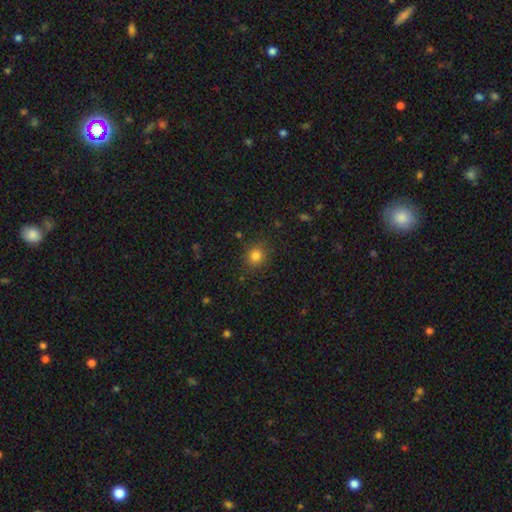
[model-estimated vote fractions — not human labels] Smooth or featured? Predicted: smooth (p=0.82). How rounded? Predicted: round (p=0.81). Merging? Predicted: none (p=0.87).